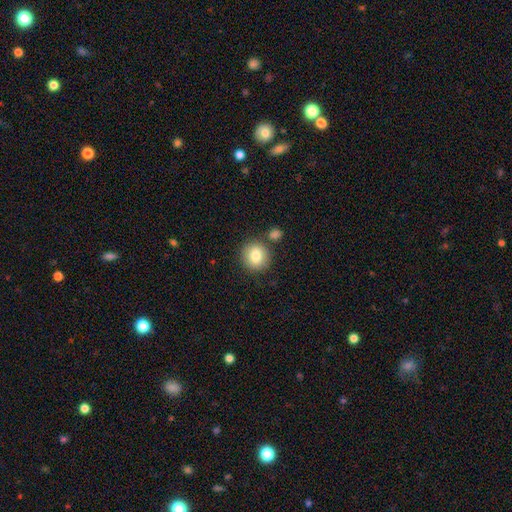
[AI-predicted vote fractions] smooth_or_featured: smooth (p=0.83) [alt: featured or disk p=0.09]
how_rounded: round (p=0.90) [alt: in between p=0.09]
merging: none (p=0.78) [alt: merger p=0.10]